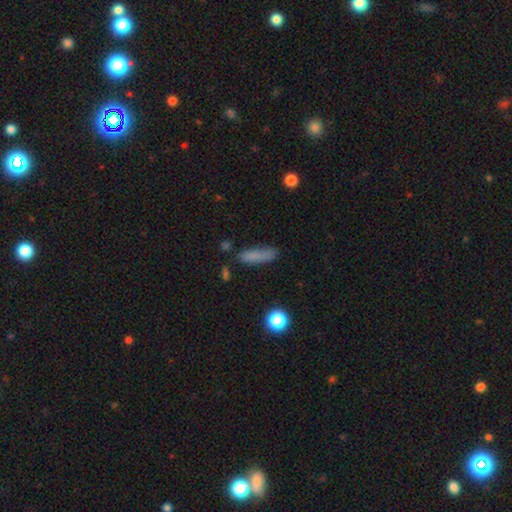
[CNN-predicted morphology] Smooth or featured: smooth — 79% (featured or disk — 11%)
How rounded: cigar-shaped — 73% (in between — 24%)
Merging: none — 69% (minor disturbance — 20%)